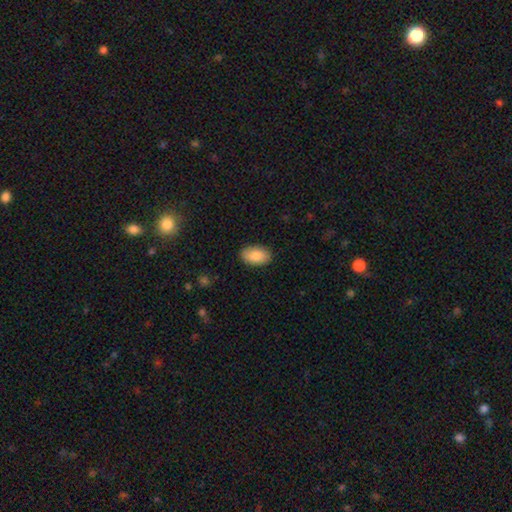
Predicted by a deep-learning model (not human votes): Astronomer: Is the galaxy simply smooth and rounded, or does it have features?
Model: smooth — 87%.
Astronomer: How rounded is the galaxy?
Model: in between — 94%.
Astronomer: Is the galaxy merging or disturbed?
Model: none — 88%.